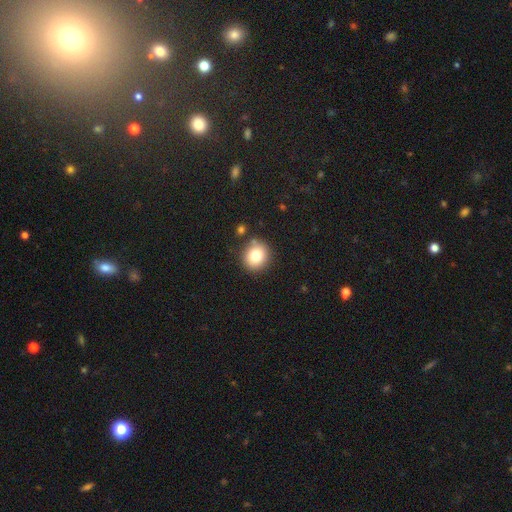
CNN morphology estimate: smooth 82%, star or artifact 10%, featured or disk 8%. Down the decision tree: how rounded — round (80%); merging — none (84%).